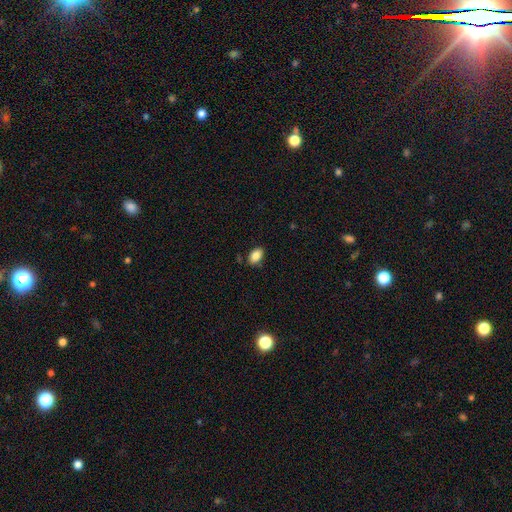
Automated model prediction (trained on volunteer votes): smooth_or_featured: smooth (p=0.86) [alt: star or artifact p=0.08]
how_rounded: in between (p=0.91) [alt: round p=0.08]
merging: none (p=0.84) [alt: minor disturbance p=0.12]